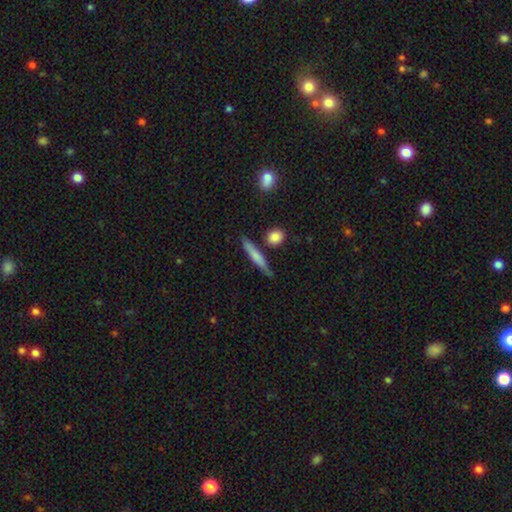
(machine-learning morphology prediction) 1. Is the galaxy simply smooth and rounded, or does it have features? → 63% smooth, 31% featured or disk, 6% star or artifact.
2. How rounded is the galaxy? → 89% cigar-shaped, 8% in between, 3% round.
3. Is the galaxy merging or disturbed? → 79% none, 13% minor disturbance, 5% merger, 3% major disturbance.